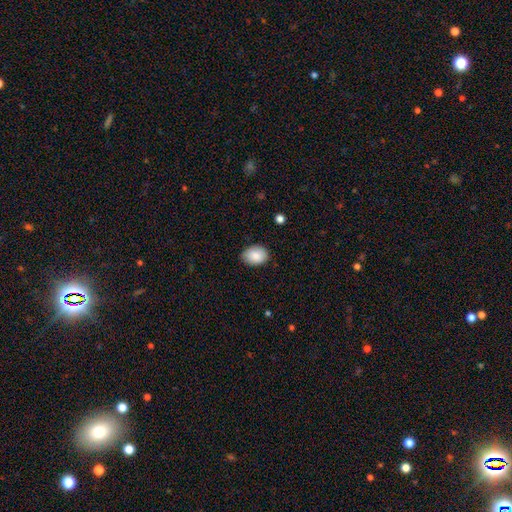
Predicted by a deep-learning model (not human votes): smooth 87%, star or artifact 7%, featured or disk 6%. Down the decision tree: how rounded — in between (73%); merging — none (81%).